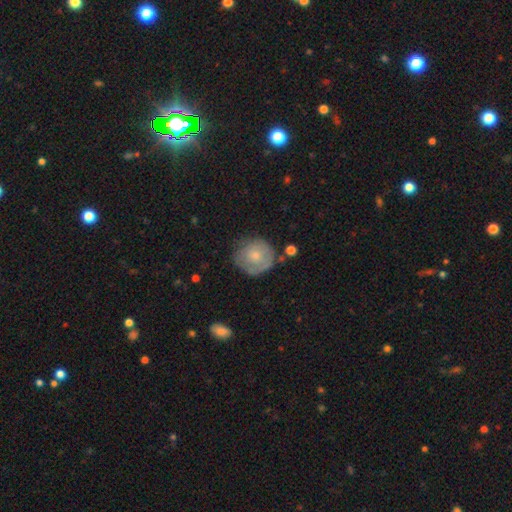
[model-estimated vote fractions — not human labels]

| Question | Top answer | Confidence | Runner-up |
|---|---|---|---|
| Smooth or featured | smooth | 61% | featured or disk (33%) |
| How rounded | round | 87% | in between (12%) |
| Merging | none | 63% | minor disturbance (25%) |